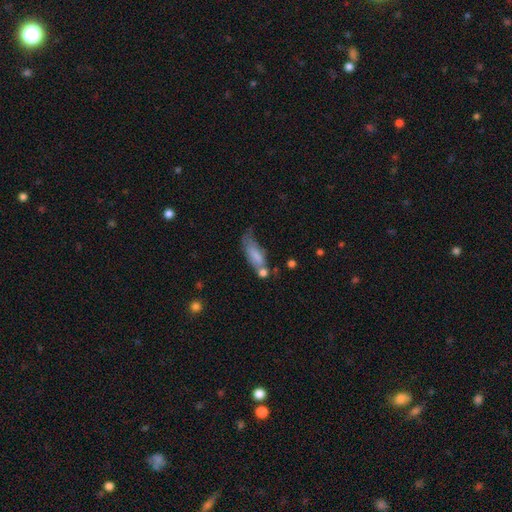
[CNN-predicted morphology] The model was most divided on "merging": none: 27%, minor disturbance: 26%, merger: 24%, major disturbance: 23%. More confident: smooth or featured — smooth (70%); how rounded — in between (65%).